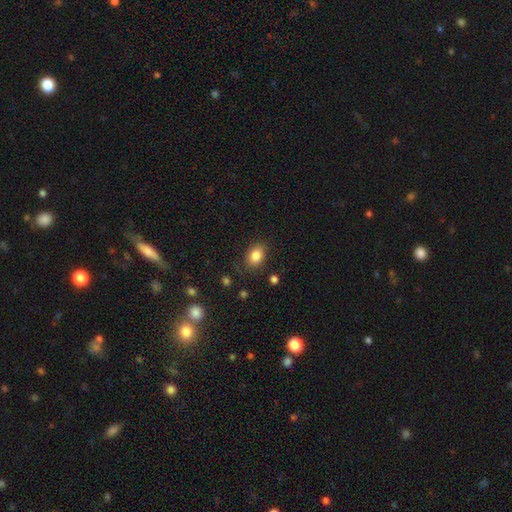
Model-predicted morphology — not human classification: Smooth or featured? Predicted: smooth (p=0.84). How rounded? Predicted: in between (p=0.72). Merging? Predicted: none (p=0.81).